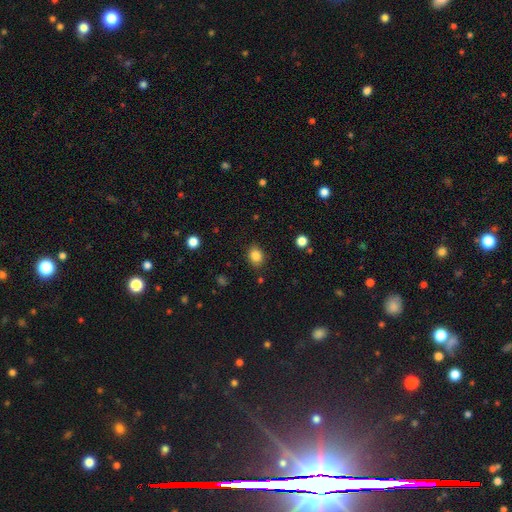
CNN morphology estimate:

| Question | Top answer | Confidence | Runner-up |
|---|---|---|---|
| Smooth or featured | smooth | 85% | star or artifact (11%) |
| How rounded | round | 51% | in between (48%) |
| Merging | none | 85% | minor disturbance (10%) |